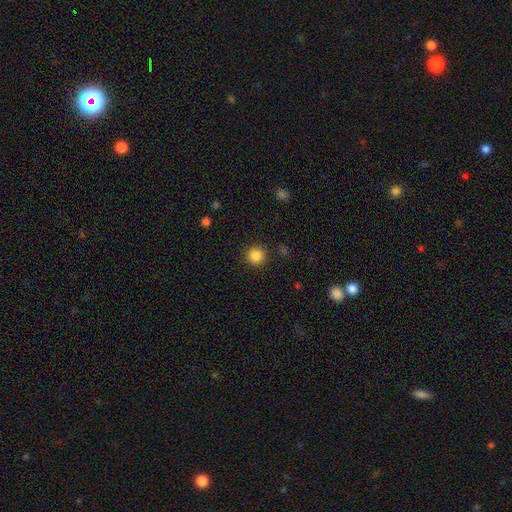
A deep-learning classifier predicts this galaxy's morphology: type=smooth (86%); roundness=round (95%); merging=none (91%).